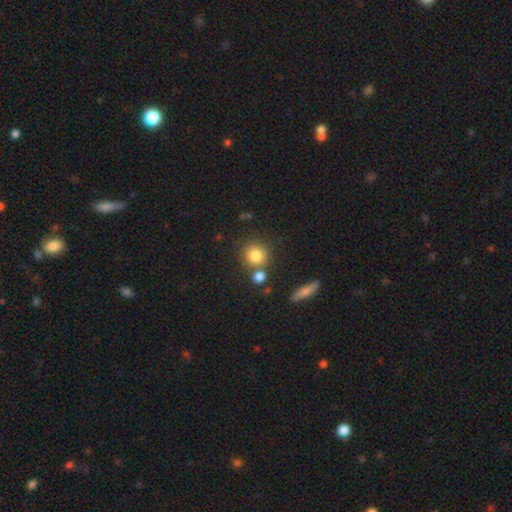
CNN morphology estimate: smooth_or_featured: smooth (p=0.80) [alt: star or artifact p=0.11]
how_rounded: round (p=0.88) [alt: in between p=0.11]
merging: none (p=0.68) [alt: merger p=0.18]